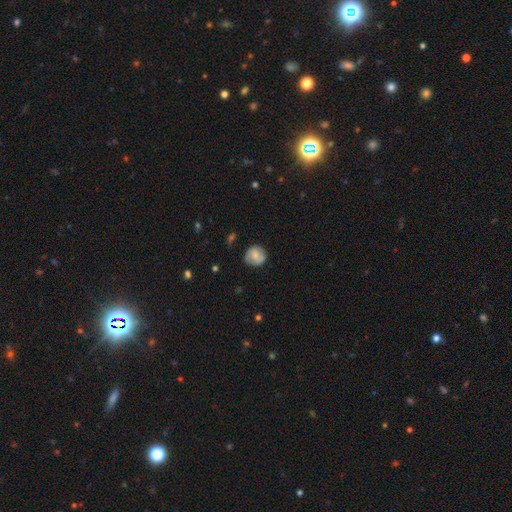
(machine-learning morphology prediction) smooth-or-featured: smooth: 66% | featured or disk: 27% | star or artifact: 7%
  how-rounded: round: 84% | in between: 15% | cigar-shaped: 1%
  merging: none: 75% | minor disturbance: 19% | major disturbance: 4% | merger: 2%